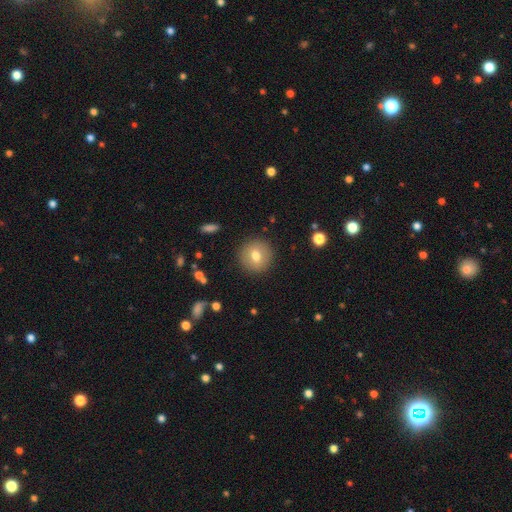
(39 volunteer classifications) Overall: smooth (77%). How rounded: round (93%). Merging: none (87%).